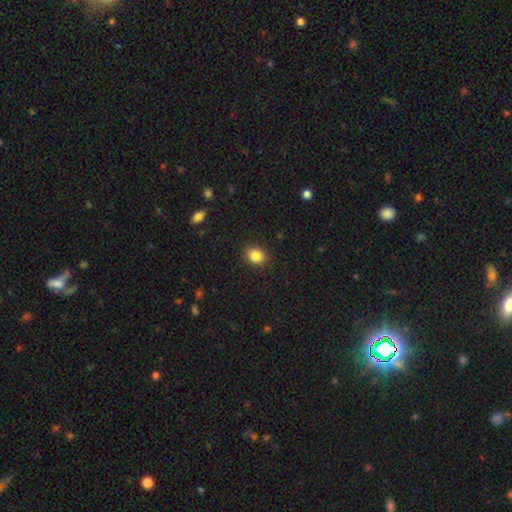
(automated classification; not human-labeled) Smooth or featured? smooth (85%)
How rounded? round (70%)
Merging? none (90%)